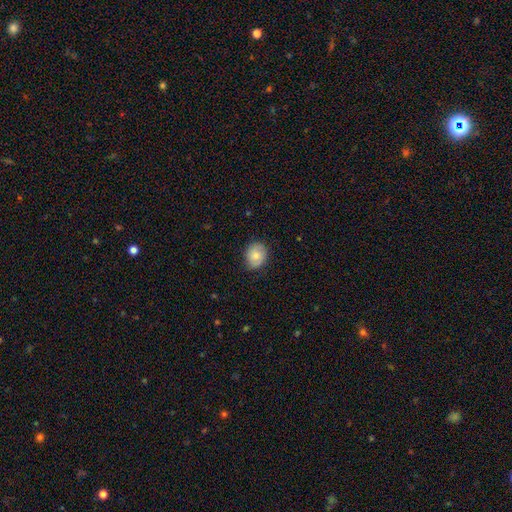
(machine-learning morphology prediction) This appears to be a smooth galaxy with no disk features (76%) that is round (64%). Merging: none (79%).